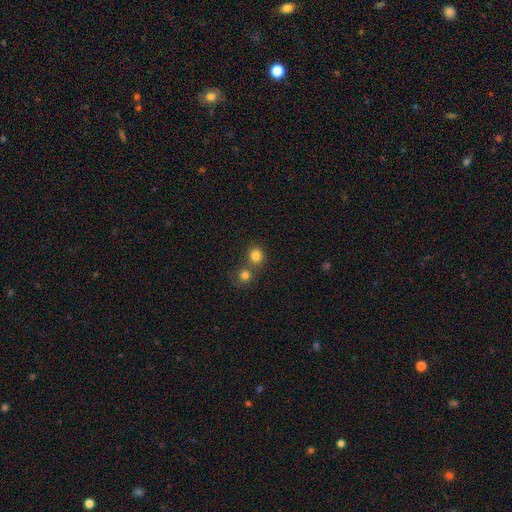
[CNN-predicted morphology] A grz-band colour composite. It shows a smooth galaxy with no disk features (81%) that is round (85%). Merging: none (57%).